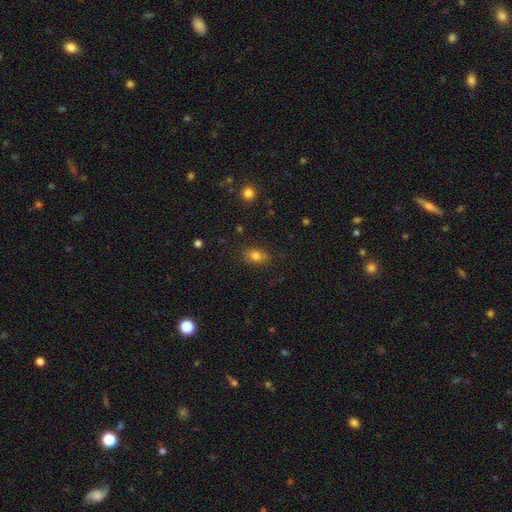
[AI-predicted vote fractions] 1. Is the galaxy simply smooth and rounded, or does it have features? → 80% smooth, 11% star or artifact, 9% featured or disk.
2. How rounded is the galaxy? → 78% in between, 19% round, 3% cigar-shaped.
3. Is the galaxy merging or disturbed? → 81% none, 14% minor disturbance, 4% major disturbance, 2% merger.